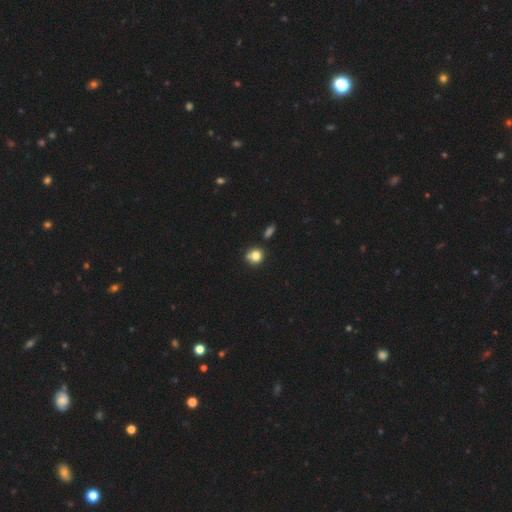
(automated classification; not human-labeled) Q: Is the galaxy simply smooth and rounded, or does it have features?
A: smooth — 79%.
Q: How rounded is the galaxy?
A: round — 80%.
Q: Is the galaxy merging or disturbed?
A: none — 63%.